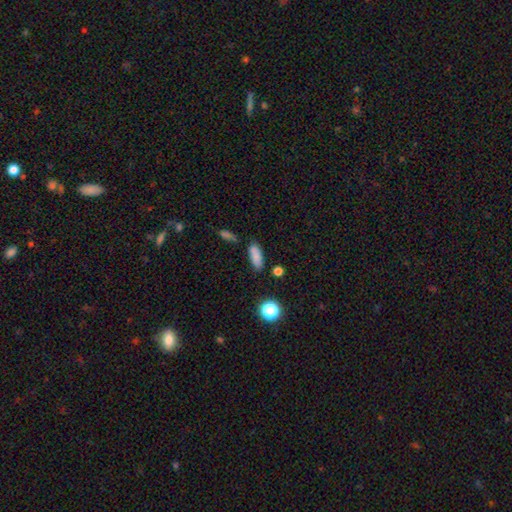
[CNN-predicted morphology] Overall: smooth (83%). How rounded: in between (67%; cigar-shaped 28%). Merging: none (75%).